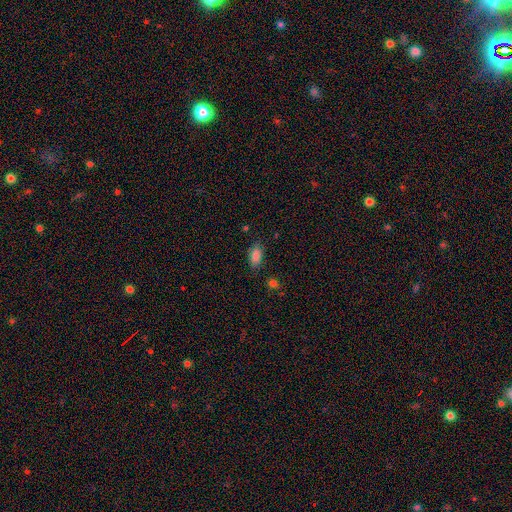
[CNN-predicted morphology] type=smooth (85%); roundness=in between (89%); merging=none (81%).